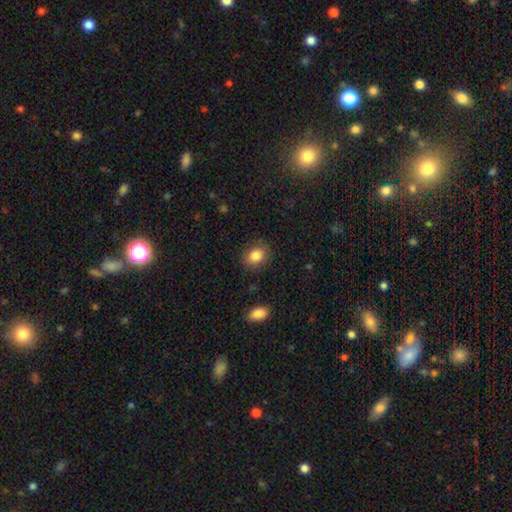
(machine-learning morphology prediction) The model was most divided on "how rounded": in between: 61%, round: 38%, cigar-shaped: 1%. More confident: smooth or featured — smooth (85%); merging — none (83%).